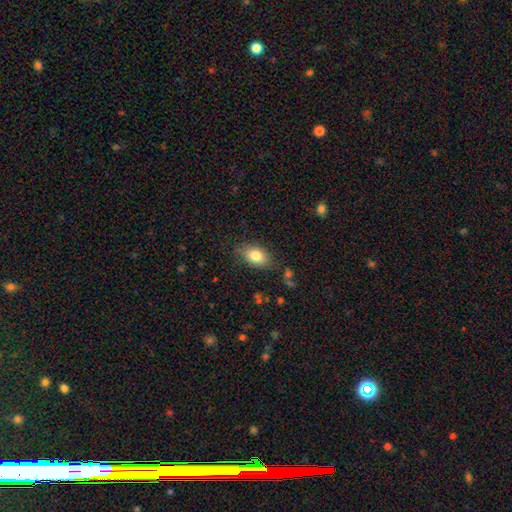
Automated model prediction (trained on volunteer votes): Smooth or featured: smooth — 80% (featured or disk — 11%)
How rounded: in between — 86% (round — 11%)
Merging: none — 80% (minor disturbance — 15%)